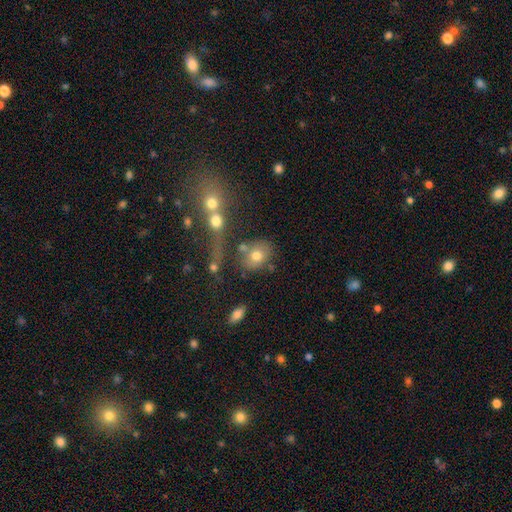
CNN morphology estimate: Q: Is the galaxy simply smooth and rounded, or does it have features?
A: smooth — 71%.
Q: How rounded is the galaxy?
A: in between — 55%.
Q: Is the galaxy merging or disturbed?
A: none — 56%.